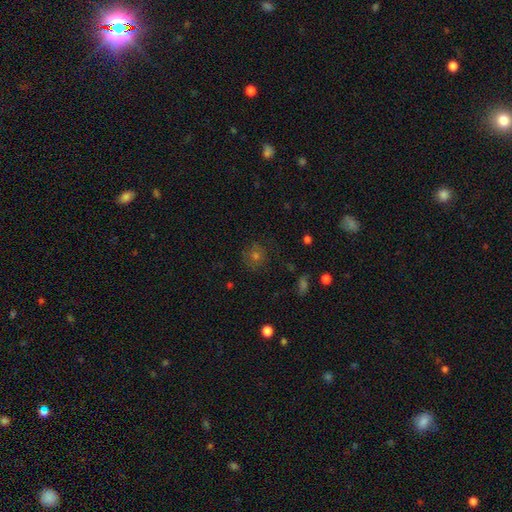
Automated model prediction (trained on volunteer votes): Q: Smooth or featured?
A: smooth (52%); runner-up: star or artifact (29%)
Q: How rounded?
A: round (88%); runner-up: in between (10%)
Q: Merging?
A: none (81%); runner-up: minor disturbance (12%)